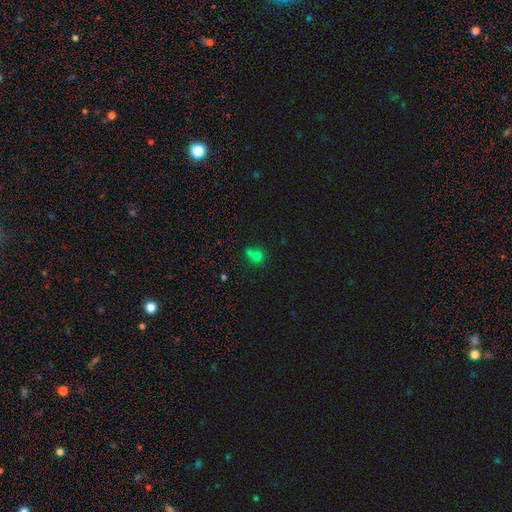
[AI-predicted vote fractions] Smooth or featured?
  - smooth: 69% *
  - star or artifact: 20%
  - featured or disk: 11%
How rounded?
  - round: 72% *
  - in between: 27%
  - cigar-shaped: 1%
Merging?
  - merger: 42% *
  - none: 39%
  - minor disturbance: 12%
  - major disturbance: 7%